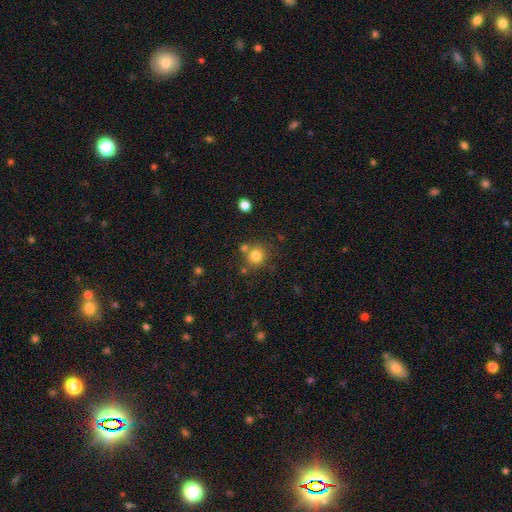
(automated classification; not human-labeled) A smooth galaxy with no disk features (80%) that is round (91%). Merging: none (75%).